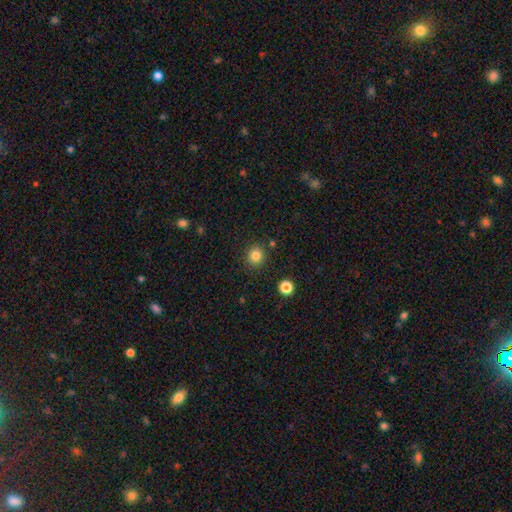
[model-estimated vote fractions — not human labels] Q: Smooth or featured?
A: smooth (83%); runner-up: star or artifact (12%)
Q: How rounded?
A: round (90%); runner-up: in between (9%)
Q: Merging?
A: none (89%); runner-up: minor disturbance (7%)